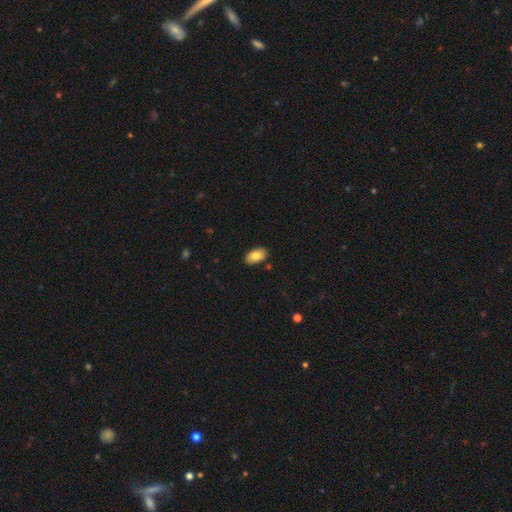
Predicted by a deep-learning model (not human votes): smooth-or-featured: smooth: 81% | featured or disk: 12% | star or artifact: 7%
  how-rounded: in between: 94% | round: 4% | cigar-shaped: 2%
  merging: none: 86% | minor disturbance: 10% | merger: 2% | major disturbance: 2%